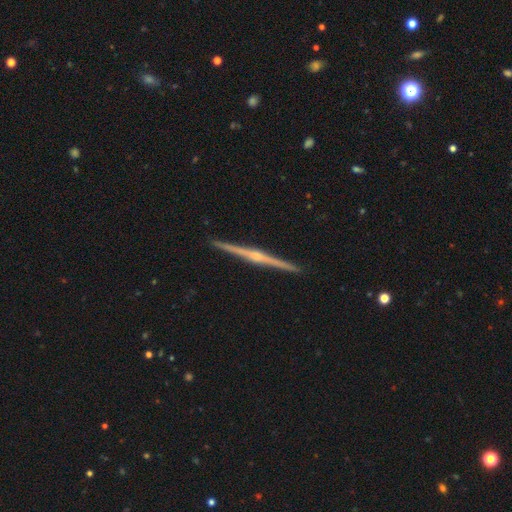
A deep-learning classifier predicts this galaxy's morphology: The model was most divided on "edge-on bulge": rounded: 80%, none: 10%, boxy: 10%. More confident: edge-on disk — yes (99%); merging — none (93%); smooth or featured — featured or disk (87%).